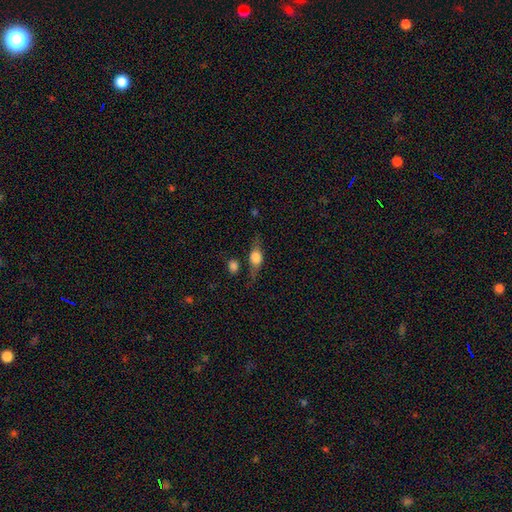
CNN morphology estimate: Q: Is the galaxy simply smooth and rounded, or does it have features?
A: smooth — 49%.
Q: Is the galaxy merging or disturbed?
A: none — 66%.